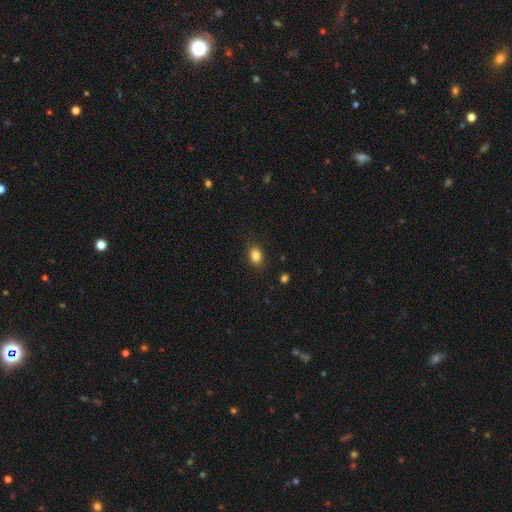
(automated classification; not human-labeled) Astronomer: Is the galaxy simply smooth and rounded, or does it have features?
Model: smooth — 84%.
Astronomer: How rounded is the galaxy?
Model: in between — 62% (runner-up: round, 37%).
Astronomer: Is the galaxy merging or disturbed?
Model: none — 84%.